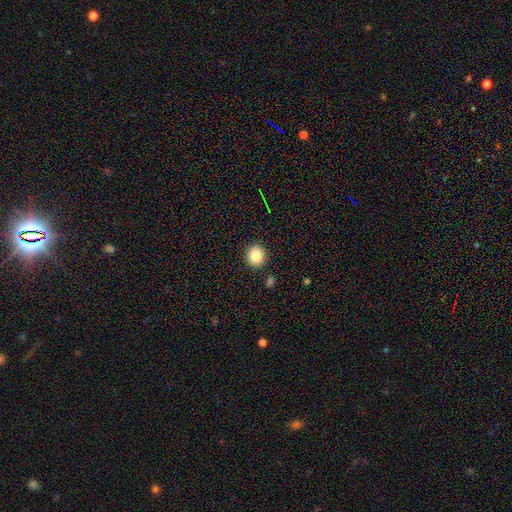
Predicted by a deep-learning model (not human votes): Smooth or featured? Predicted: smooth (p=0.85). How rounded? Predicted: round (p=0.83). Merging? Predicted: none (p=0.90).